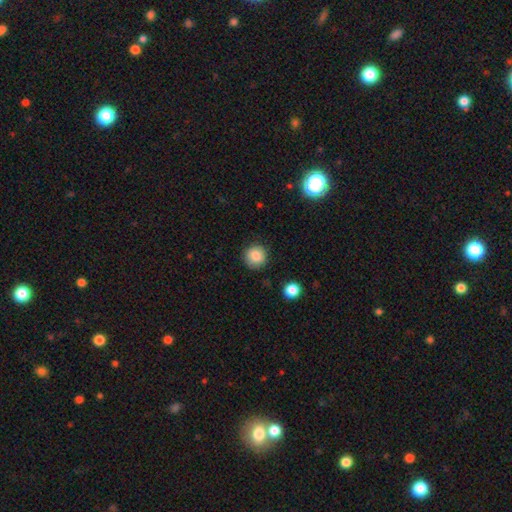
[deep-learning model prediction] This is clearly a smooth galaxy (86%). How rounded: clearly round (94%). Merging: clearly none (88%).